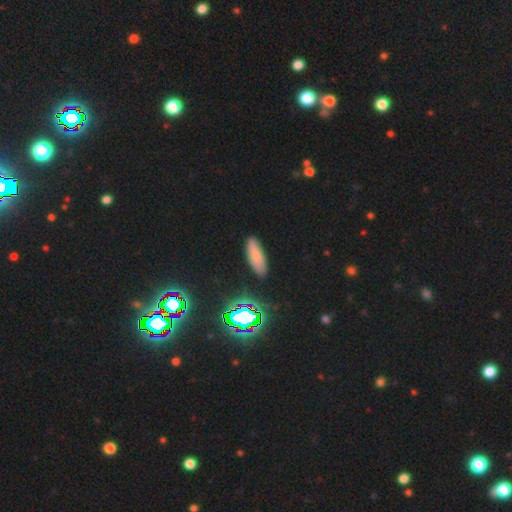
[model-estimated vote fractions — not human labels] Smooth or featured? Predicted: smooth (p=0.69). How rounded? Predicted: in between (p=0.62). Merging? Predicted: none (p=0.84).